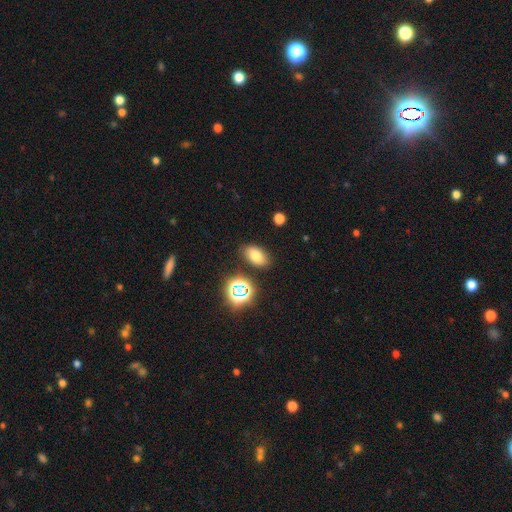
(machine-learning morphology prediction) A smooth galaxy with no disk features (71%) that is in between round and cigar-shaped (88%).

Vote fractions:
- Smooth or featured? smooth: 71% / star or artifact: 18% / featured or disk: 11%
- How rounded? in between: 88% / round: 10% / cigar-shaped: 2%
- Merging? none: 84% / minor disturbance: 10% / merger: 3% / major disturbance: 3%